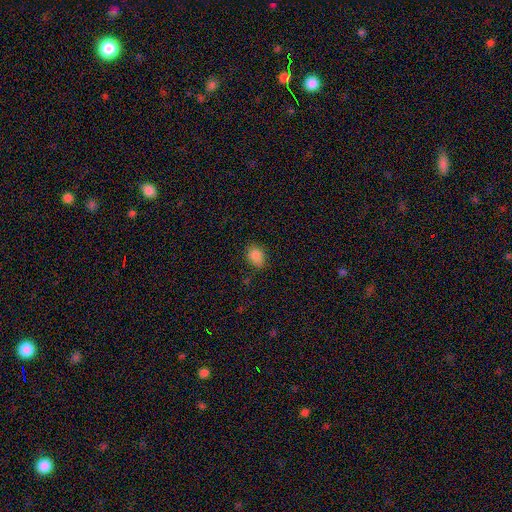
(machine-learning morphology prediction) Smooth or featured? smooth (85%)
How rounded? in between (61%)
Merging? none (75%)